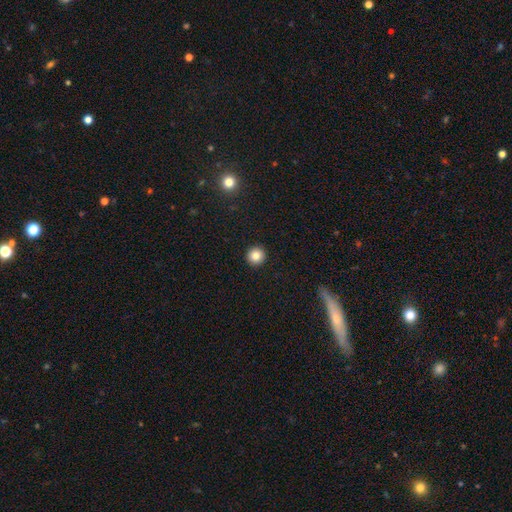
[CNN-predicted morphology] A smooth galaxy with no disk features (84%) that is round (95%).

Vote fractions:
- Smooth or featured? smooth: 84% / star or artifact: 10% / featured or disk: 5%
- How rounded? round: 95% / in between: 4% / cigar-shaped: 1%
- Merging? none: 94% / minor disturbance: 4% / major disturbance: 1% / merger: 1%